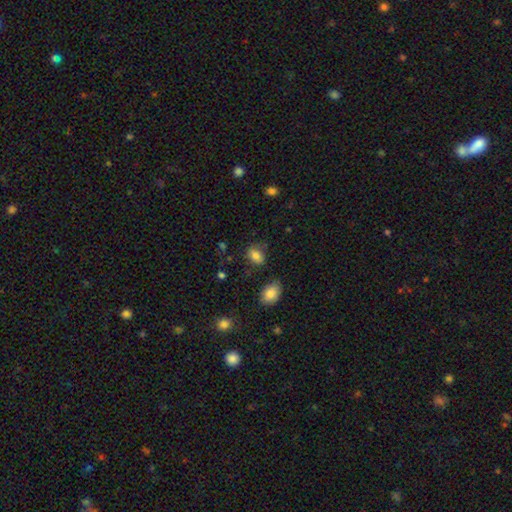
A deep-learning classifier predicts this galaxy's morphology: Smooth or featured?
  - smooth: 81% *
  - star or artifact: 10%
  - featured or disk: 8%
How rounded?
  - in between: 75% *
  - round: 24%
  - cigar-shaped: 2%
Merging?
  - none: 71% *
  - minor disturbance: 19%
  - major disturbance: 5%
  - merger: 4%